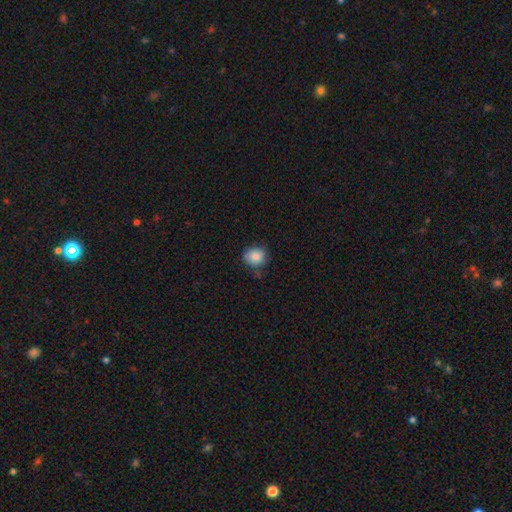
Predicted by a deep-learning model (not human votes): Q: Smooth or featured?
A: smooth (85%); runner-up: star or artifact (8%)
Q: How rounded?
A: round (79%); runner-up: in between (20%)
Q: Merging?
A: none (71%); runner-up: minor disturbance (22%)